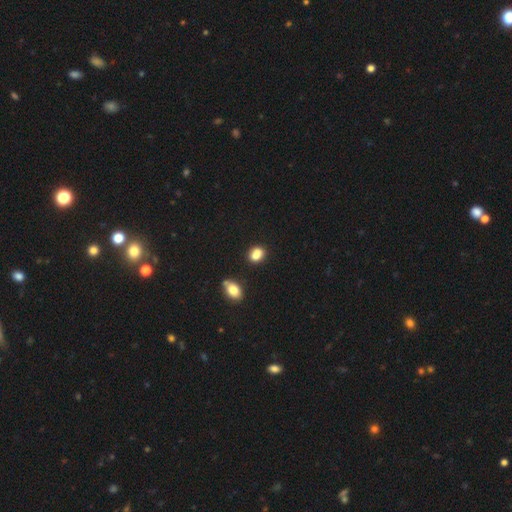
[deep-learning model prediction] This is clearly a smooth galaxy (81%). How rounded: possibly in between (55%). Merging: possibly none (58%).